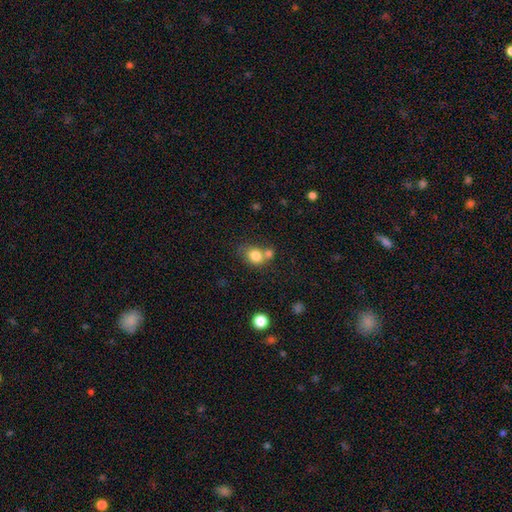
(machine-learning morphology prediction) smooth-or-featured: smooth: 80% | star or artifact: 11% | featured or disk: 9%
  how-rounded: round: 65% | in between: 34% | cigar-shaped: 1%
  merging: none: 46% | merger: 38% | minor disturbance: 12% | major disturbance: 5%